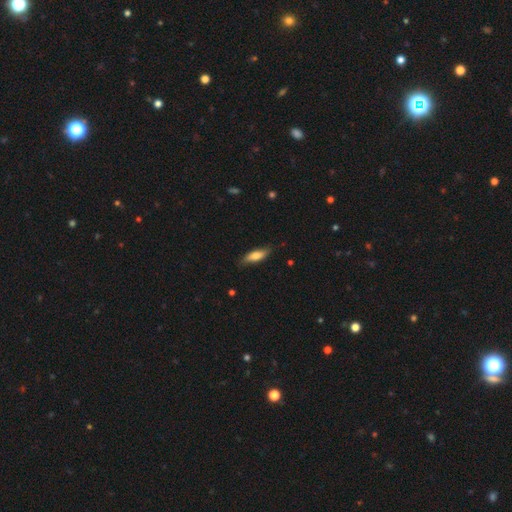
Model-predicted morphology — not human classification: The model was most divided on "how rounded": in between: 53%, cigar-shaped: 45%, round: 2%. More confident: merging — none (77%); smooth or featured — smooth (70%).